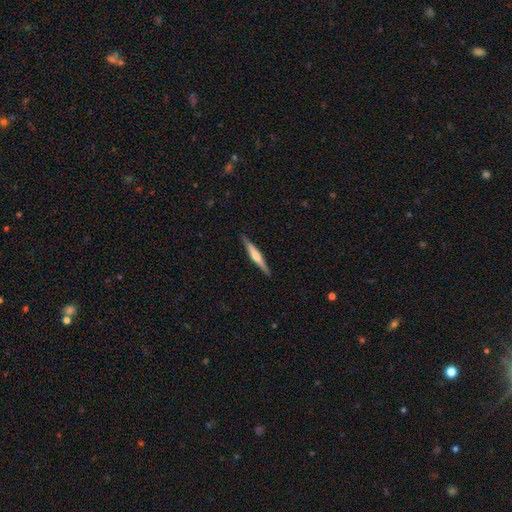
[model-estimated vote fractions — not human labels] Smooth or featured? featured or disk (56%)
Edge-on disk? yes (98%)
Edge-on bulge? rounded (66%)
Merging? none (90%)